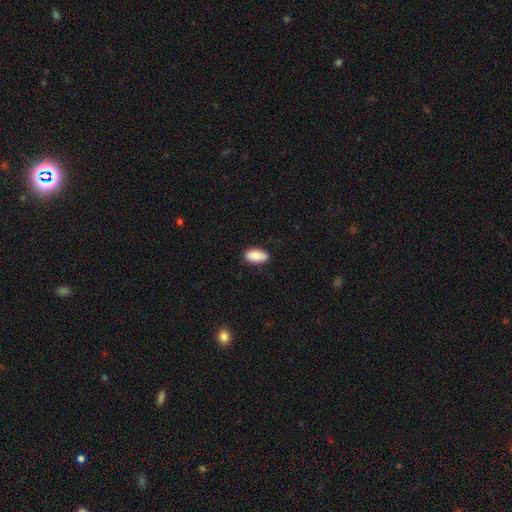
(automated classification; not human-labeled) smooth-or-featured: smooth: 88% | star or artifact: 6% | featured or disk: 5%
  how-rounded: in between: 93% | cigar-shaped: 4% | round: 3%
  merging: none: 81% | minor disturbance: 15% | major disturbance: 2% | merger: 1%